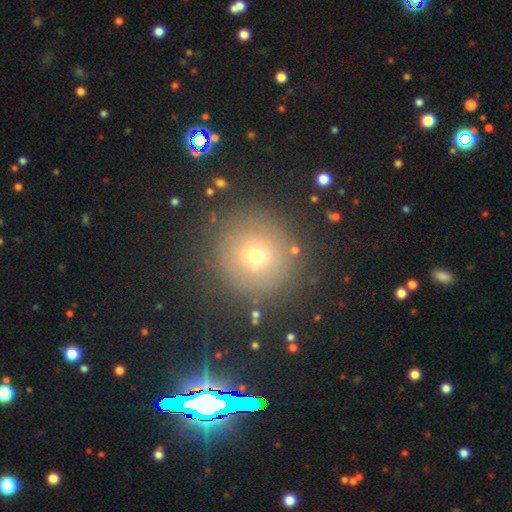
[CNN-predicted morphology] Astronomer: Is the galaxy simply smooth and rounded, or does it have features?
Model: smooth — 67%.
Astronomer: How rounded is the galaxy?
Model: round — 94%.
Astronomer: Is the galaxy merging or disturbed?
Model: none — 86%.